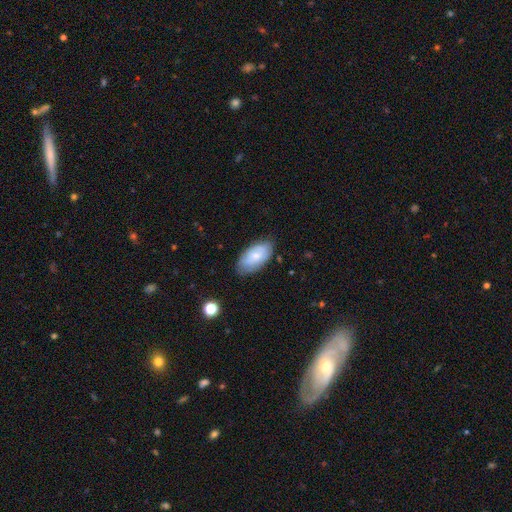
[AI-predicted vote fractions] Morphology: type=smooth (64%); roundness=in between (94%); merging=none (75%).